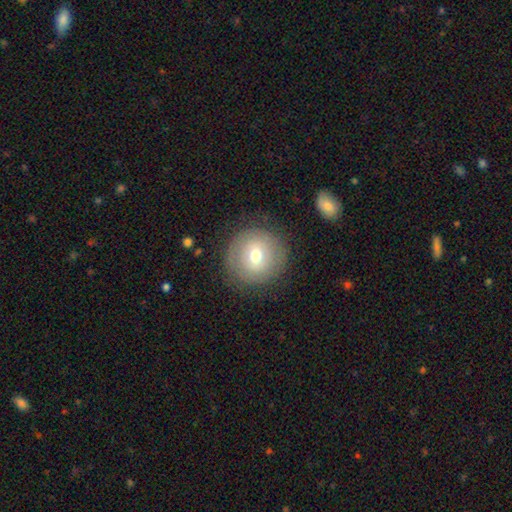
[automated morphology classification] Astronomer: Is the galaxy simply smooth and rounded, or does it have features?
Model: smooth — 60%.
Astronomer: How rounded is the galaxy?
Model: round — 94%.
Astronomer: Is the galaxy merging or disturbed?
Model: none — 84%.